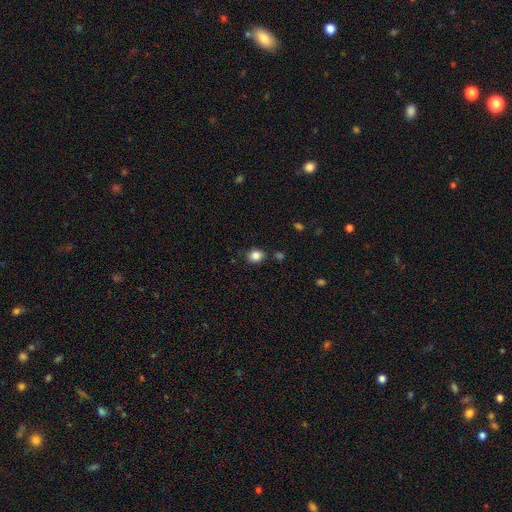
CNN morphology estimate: This is clearly a smooth galaxy (85%). How rounded: likely round (61%). Merging: clearly none (81%).